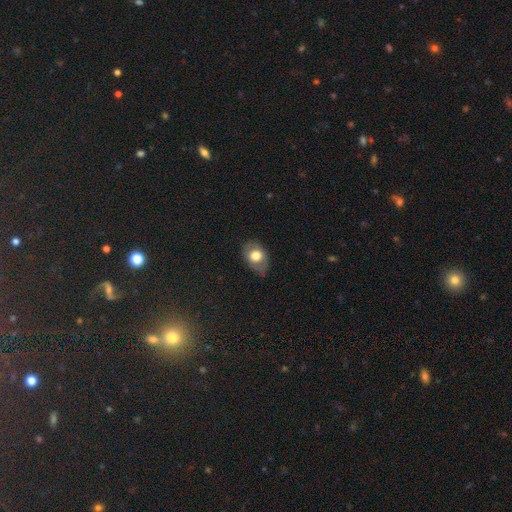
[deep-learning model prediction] This appears to be a smooth galaxy with no disk features (63%) that is in between round and cigar-shaped (74%). Merging: none (68%).